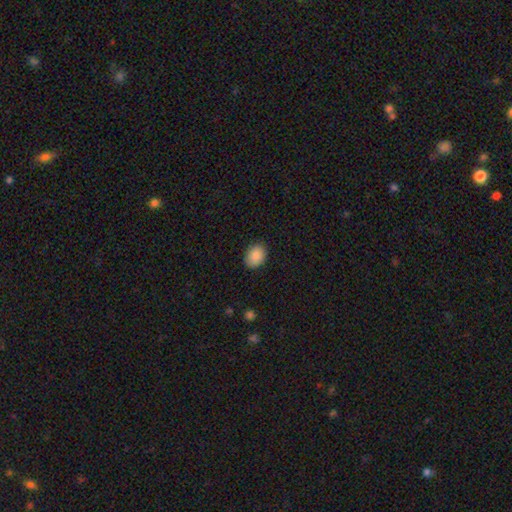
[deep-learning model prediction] The model was most divided on "how rounded": in between: 69%, round: 31%, cigar-shaped: 1%. More confident: smooth or featured — smooth (88%); merging — none (87%).